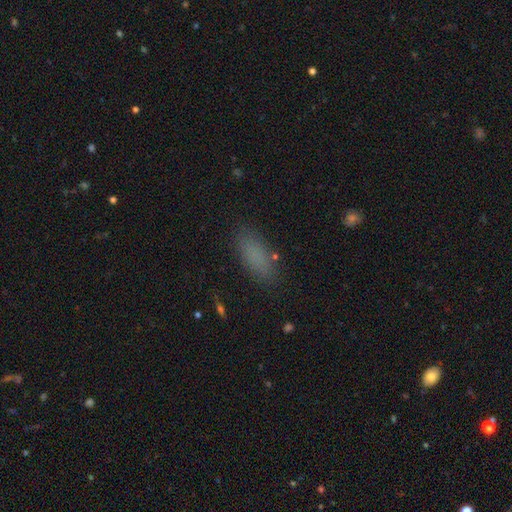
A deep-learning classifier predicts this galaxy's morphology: A smooth galaxy with no disk features (82%) that is in between round and cigar-shaped (74%). Merging: none (84%).